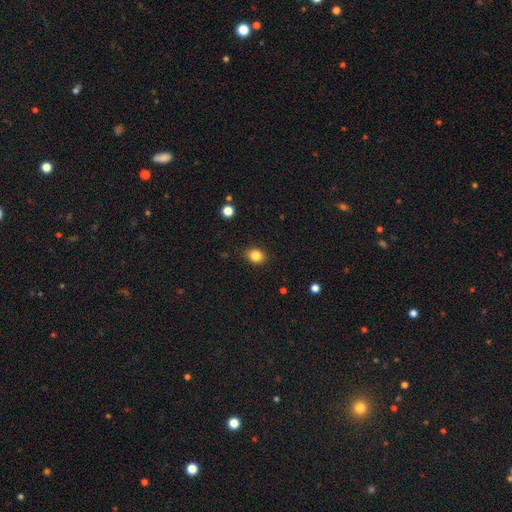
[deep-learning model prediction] smooth 84%, star or artifact 11%, featured or disk 5%. Down the decision tree: how rounded — round (61%); merging — none (89%).